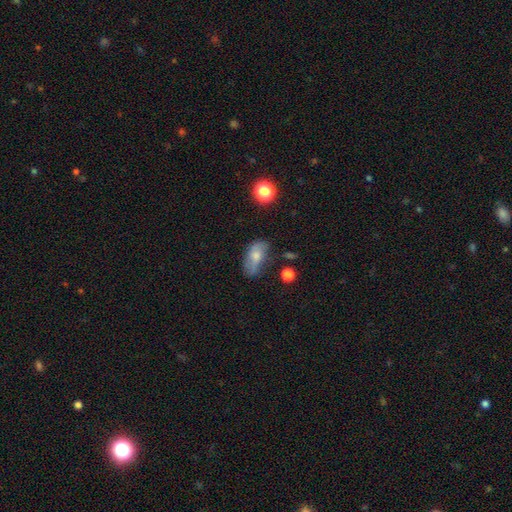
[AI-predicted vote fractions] Smooth or featured: smooth — 64% (featured or disk — 27%)
How rounded: in between — 87% (round — 6%)
Merging: none — 50% (minor disturbance — 33%)